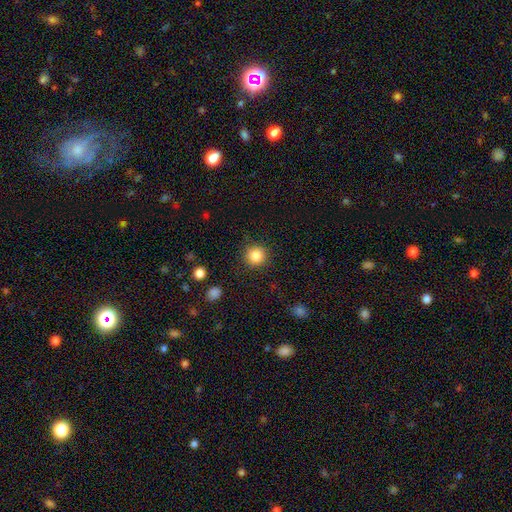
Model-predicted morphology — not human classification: This is clearly a smooth galaxy (85%). How rounded: clearly round (92%). Merging: clearly none (88%).